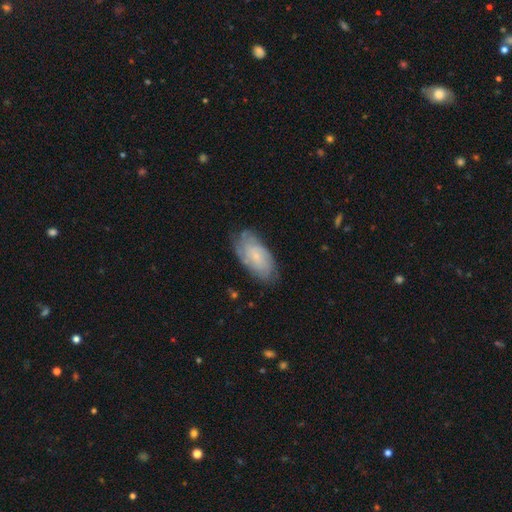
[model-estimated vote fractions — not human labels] Morphology: type=featured or disk (50%); edge-on=no (92%); merging=none (70%).